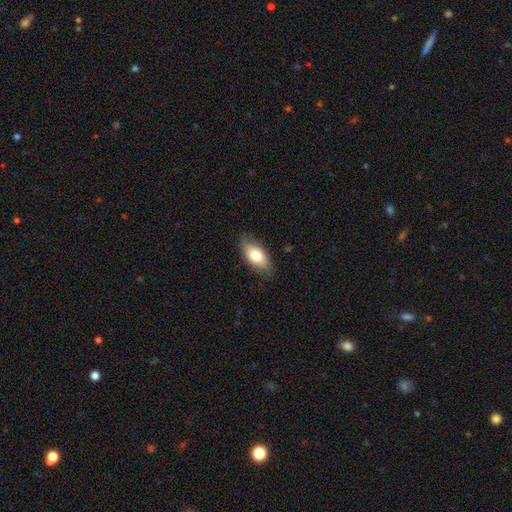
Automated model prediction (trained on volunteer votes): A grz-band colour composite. It shows a smooth galaxy with no disk features (73%) that is in between round and cigar-shaped (90%). Merging: none (79%).